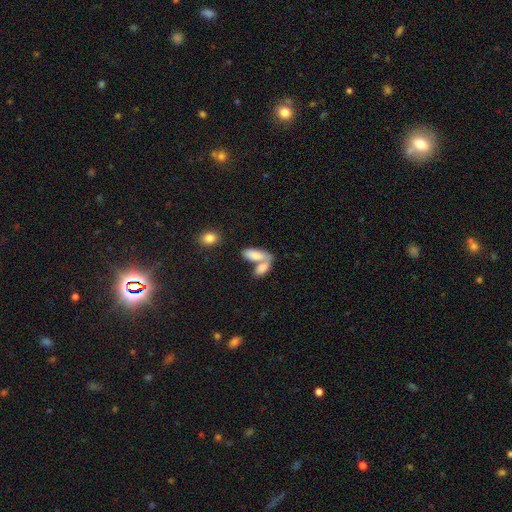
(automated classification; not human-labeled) Smooth or featured: smooth — 82% (featured or disk — 11%)
How rounded: in between — 88% (cigar-shaped — 9%)
Merging: merger — 61% (none — 26%)